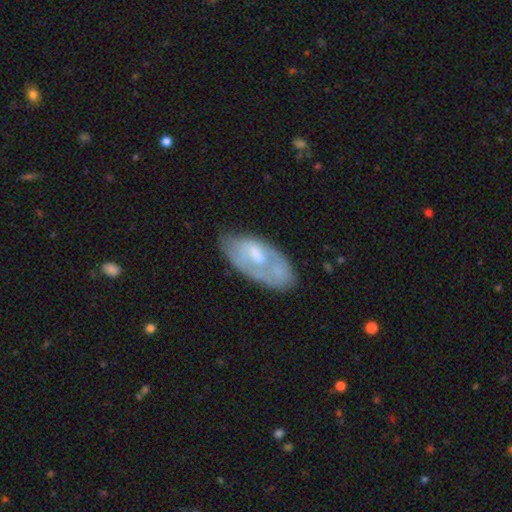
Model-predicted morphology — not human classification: This is possibly a featured or disk galaxy (50%). It is clearly not viewed edge-on (90%). Merging: possibly none (50%).